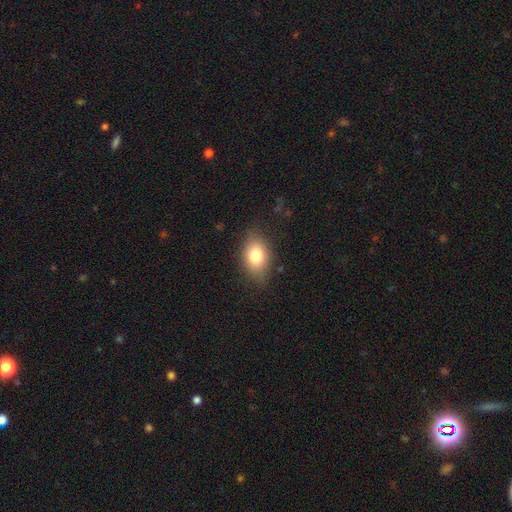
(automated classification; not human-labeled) Overall: smooth (78%). How rounded: in between (81%). Merging: none (79%).